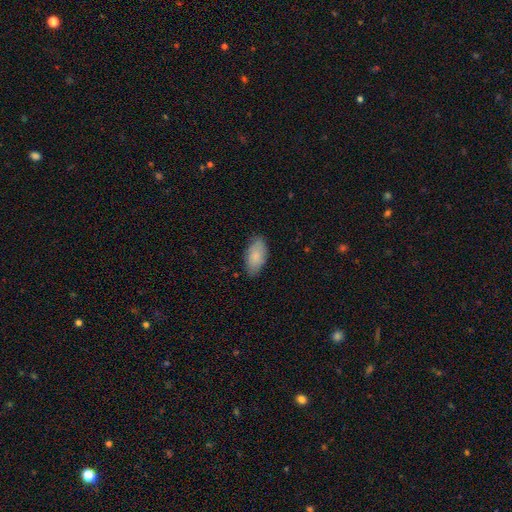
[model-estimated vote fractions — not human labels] smooth 82%, featured or disk 12%, star or artifact 6%. Down the decision tree: how rounded — in between (94%); merging — none (78%).